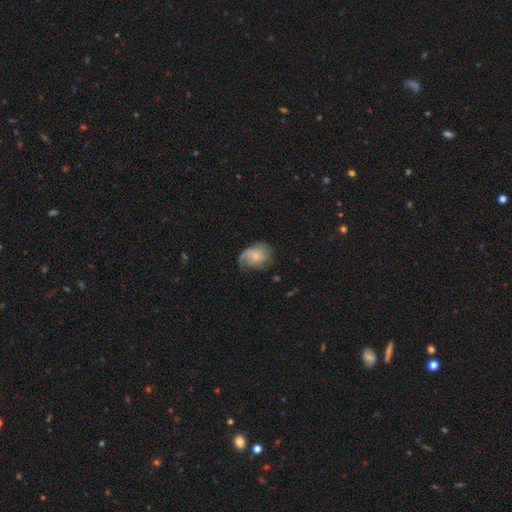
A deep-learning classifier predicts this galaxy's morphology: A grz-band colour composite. It shows a featured or disk galaxy (65%) with no bar (64%), 1 (36%) loose (40%) spiral arms (90%) and a small central bulge (62%). Merging: none (50%).